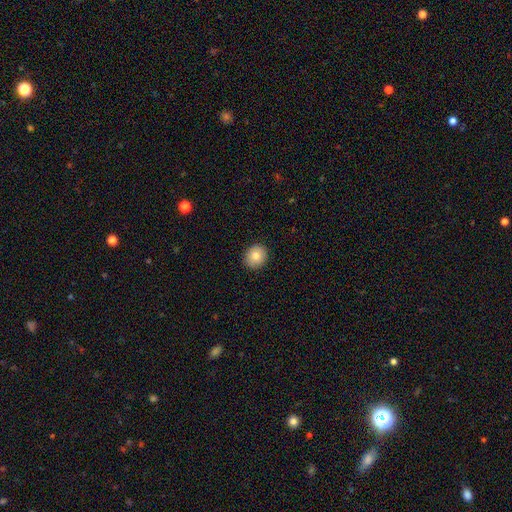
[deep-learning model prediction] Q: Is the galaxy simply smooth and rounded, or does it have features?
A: smooth — 81%.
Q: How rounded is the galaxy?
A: round — 75%.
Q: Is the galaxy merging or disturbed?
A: none — 91%.